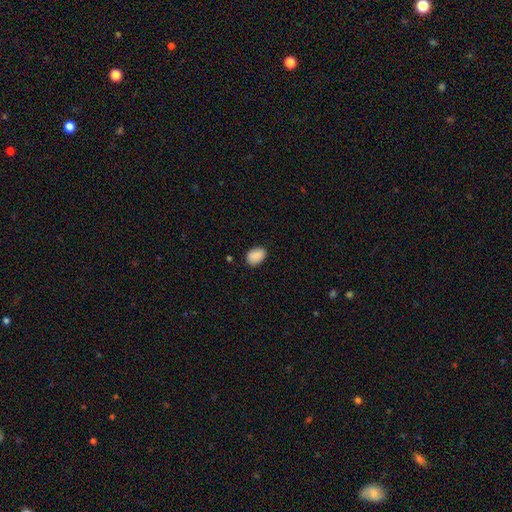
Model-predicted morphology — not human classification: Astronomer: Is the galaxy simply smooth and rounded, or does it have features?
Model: smooth — 88%.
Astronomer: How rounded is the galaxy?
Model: in between — 79%.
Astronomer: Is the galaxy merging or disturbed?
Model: none — 81%.